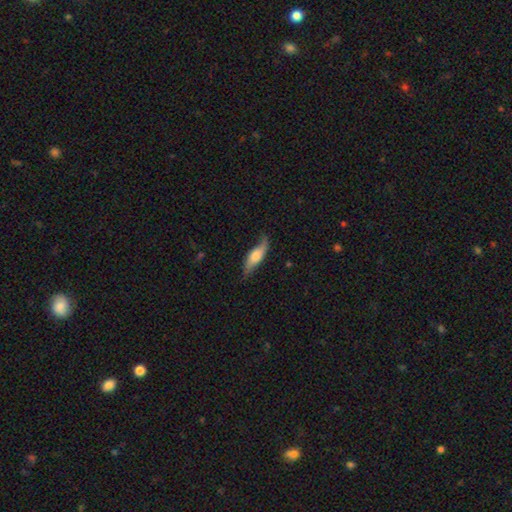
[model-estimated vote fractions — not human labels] Overall: smooth (54%; featured or disk 41%). How rounded: in between (51%; cigar-shaped 46%). Merging: none (62%; minor disturbance 28%).